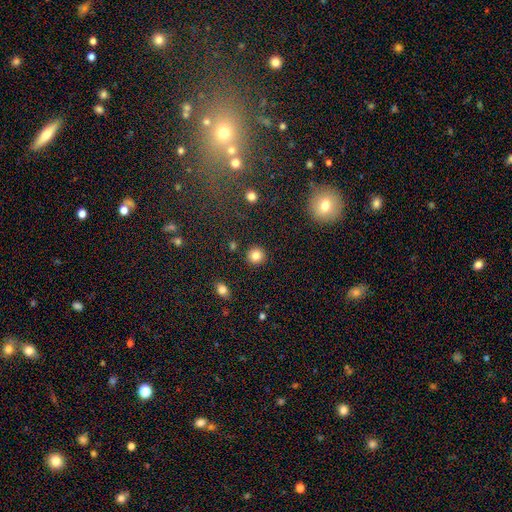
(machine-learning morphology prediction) A smooth galaxy with no disk features (84%) that is round (93%). Merging: none (91%).